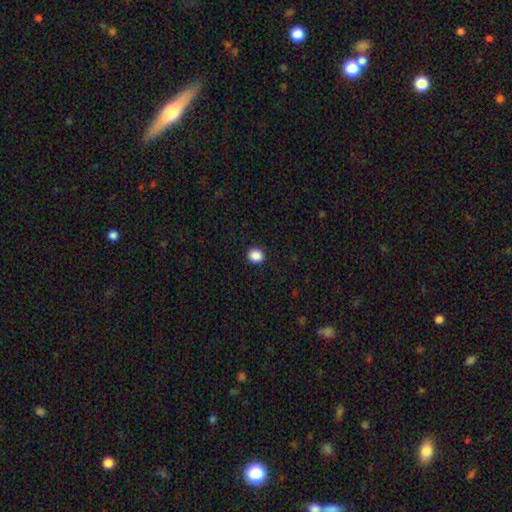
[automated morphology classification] smooth_or_featured: smooth (p=0.88) [alt: star or artifact p=0.09]
how_rounded: round (p=0.69) [alt: in between p=0.30]
merging: none (p=0.91) [alt: minor disturbance p=0.06]